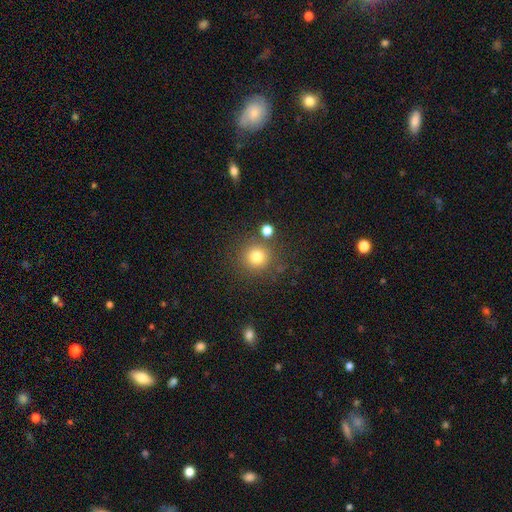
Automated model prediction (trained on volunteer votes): Smooth or featured?
  - smooth: 78% *
  - star or artifact: 15%
  - featured or disk: 8%
How rounded?
  - round: 92% *
  - in between: 7%
  - cigar-shaped: 1%
Merging?
  - none: 81% *
  - minor disturbance: 8%
  - merger: 7%
  - major disturbance: 4%